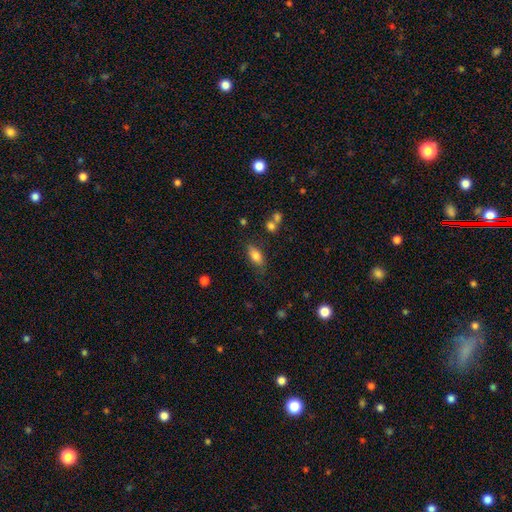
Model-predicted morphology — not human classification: type=smooth (81%); roundness=in between (86%); merging=none (74%).